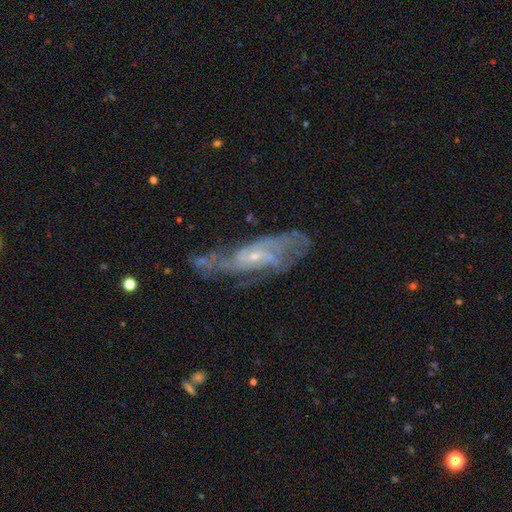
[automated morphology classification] Q: Smooth or featured?
A: featured or disk (81%); runner-up: smooth (11%)
Q: Edge-on disk?
A: no (85%); runner-up: yes (15%)
Q: Bar?
A: no (48%); runner-up: weak (41%)
Q: Spiral arms?
A: yes (90%); runner-up: no (10%)
Q: Spiral winding?
A: medium (43%); runner-up: tight (38%)
Q: Spiral arm count?
A: can't tell (35%); tied with: 2 (35%)
Q: Bulge size?
A: small (75%); runner-up: moderate (20%)
Q: Merging?
A: none (57%); runner-up: minor disturbance (23%)